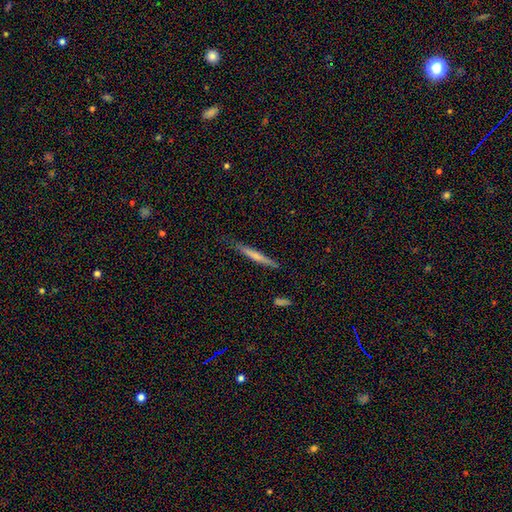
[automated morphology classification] A smooth galaxy with no disk features (55%) that is cigar-shaped (96%). Merging: none (81%).